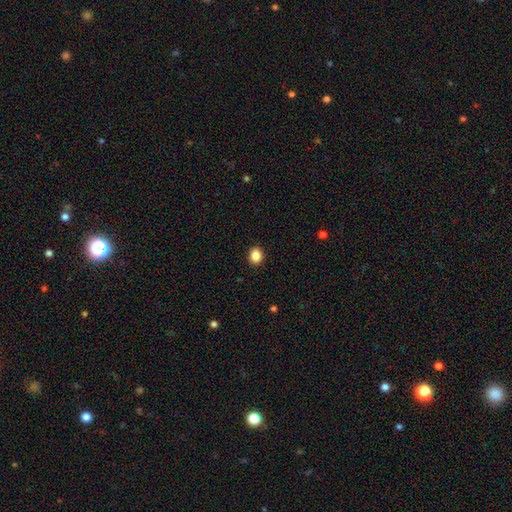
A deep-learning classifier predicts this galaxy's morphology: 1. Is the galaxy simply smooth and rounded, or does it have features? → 87% smooth, 9% star or artifact, 3% featured or disk.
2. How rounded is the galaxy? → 55% round, 45% in between, 1% cigar-shaped.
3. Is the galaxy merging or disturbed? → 91% none, 6% minor disturbance, 2% major disturbance, 1% merger.